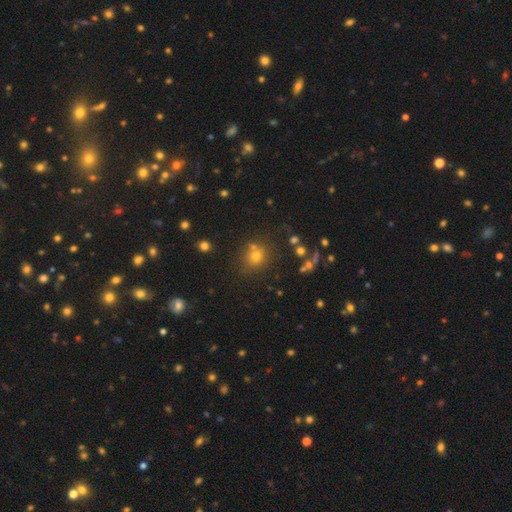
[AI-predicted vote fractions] A smooth galaxy with no disk features (66%) that is round (85%). Merging: none (71%).